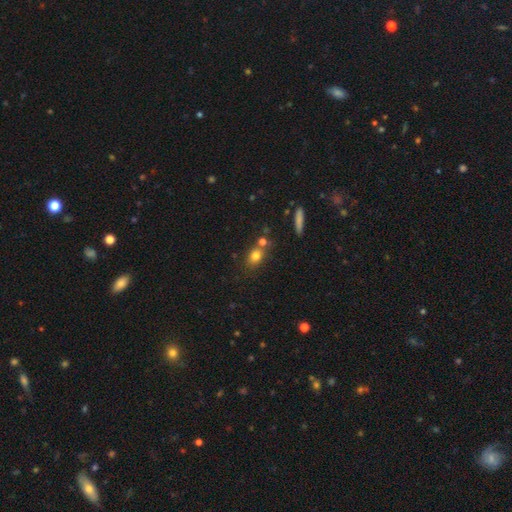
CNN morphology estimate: A smooth galaxy with no disk features (77%) that is in between round and cigar-shaped (52%).

Vote fractions:
- Smooth or featured? smooth: 77% / star or artifact: 12% / featured or disk: 11%
- How rounded? in between: 52% / round: 44% / cigar-shaped: 4%
- Merging? none: 61% / merger: 22% / minor disturbance: 13% / major disturbance: 4%